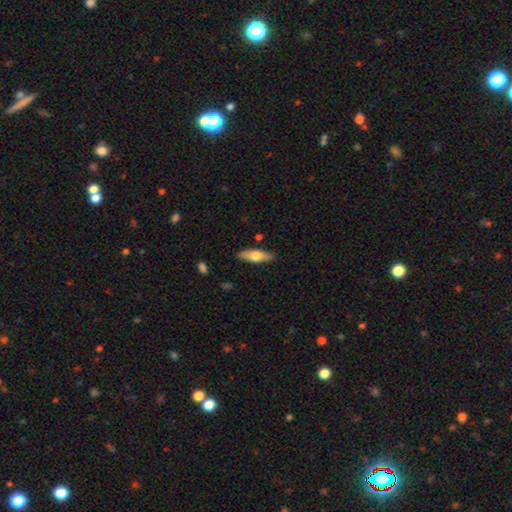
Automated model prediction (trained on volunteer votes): This appears to be a smooth galaxy with no disk features (55%) that is in between round and cigar-shaped (51%). Merging: none (87%).